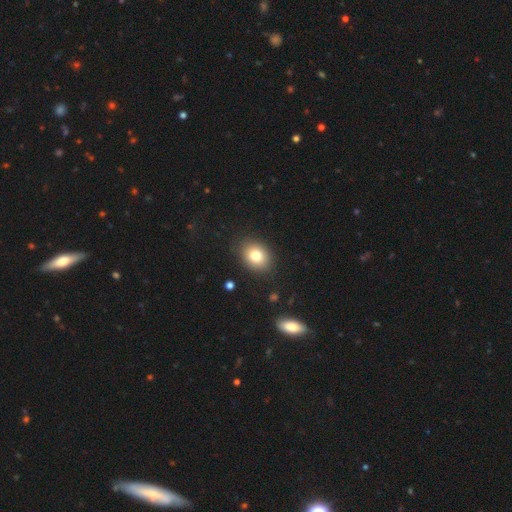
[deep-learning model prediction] Overall: smooth (80%). How rounded: in between (59%; round 40%). Merging: none (87%).